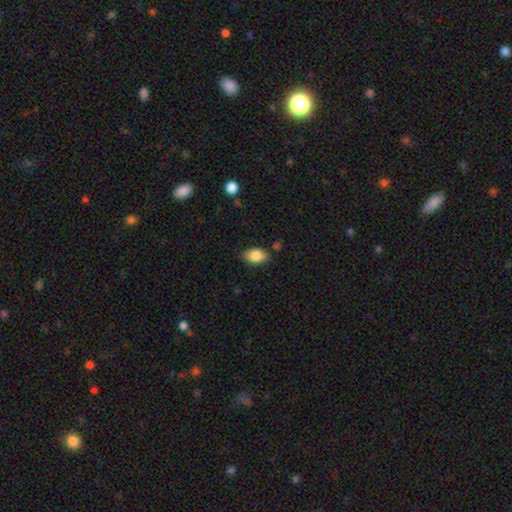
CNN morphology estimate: smooth-or-featured: smooth: 85% | featured or disk: 8% | star or artifact: 7%
  how-rounded: in between: 89% | round: 9% | cigar-shaped: 2%
  merging: none: 81% | minor disturbance: 14% | major disturbance: 3% | merger: 2%